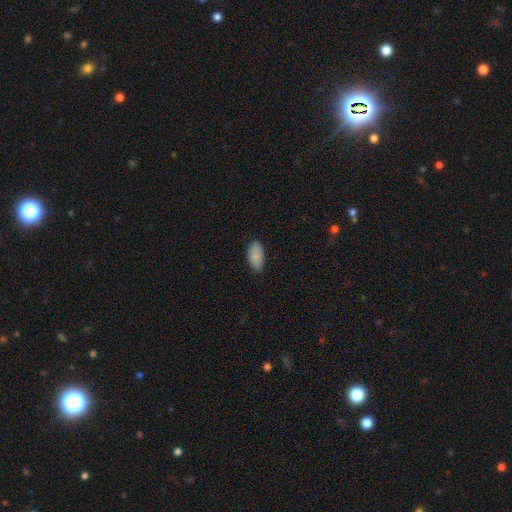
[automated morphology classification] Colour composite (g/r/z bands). It shows a smooth galaxy with no disk features (88%) that is in between round and cigar-shaped (93%). Merging: none (85%).